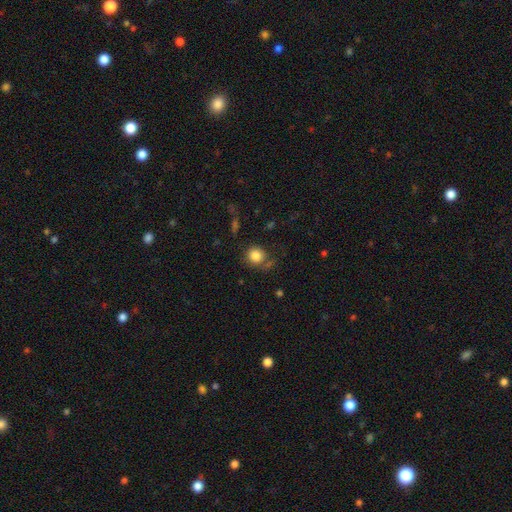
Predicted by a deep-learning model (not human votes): A smooth galaxy with no disk features (84%) that is round (88%). Merging: none (72%).